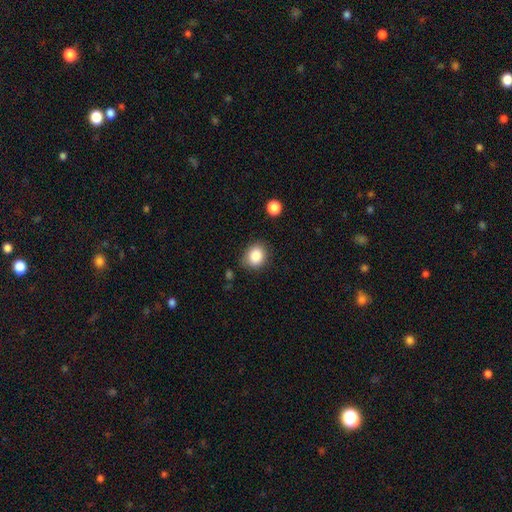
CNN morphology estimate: This is clearly a smooth galaxy (86%). How rounded: likely round (62%). Merging: likely none (79%).